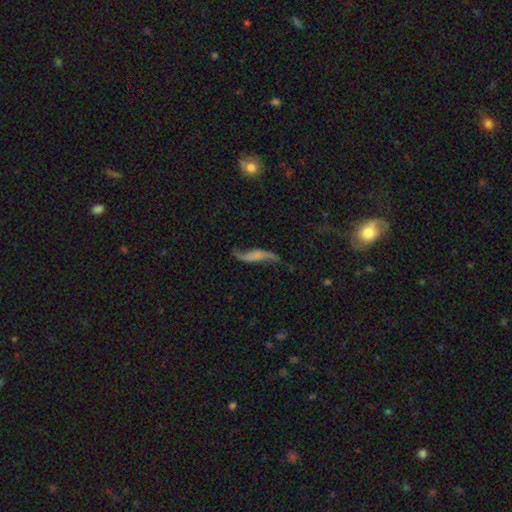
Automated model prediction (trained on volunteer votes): Smooth or featured: featured or disk — 76% (smooth — 16%)
Edge-on disk: no — 83% (yes — 17%)
Bar: no — 56% (weak — 28%)
Spiral arms: yes — 92% (no — 8%)
Spiral winding: loose — 94% (medium — 4%)
Spiral arm count: 2 — 92% (1 — 3%)
Bulge size: none — 58% (small — 26%)
Merging: none — 67% (minor disturbance — 19%)